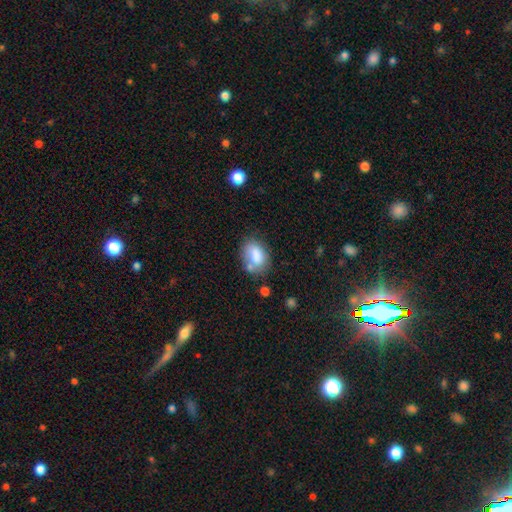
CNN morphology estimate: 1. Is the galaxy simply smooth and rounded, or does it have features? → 79% smooth, 12% featured or disk, 8% star or artifact.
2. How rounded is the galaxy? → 78% in between, 21% round, 1% cigar-shaped.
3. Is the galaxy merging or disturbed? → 54% none, 23% minor disturbance, 16% merger, 8% major disturbance.